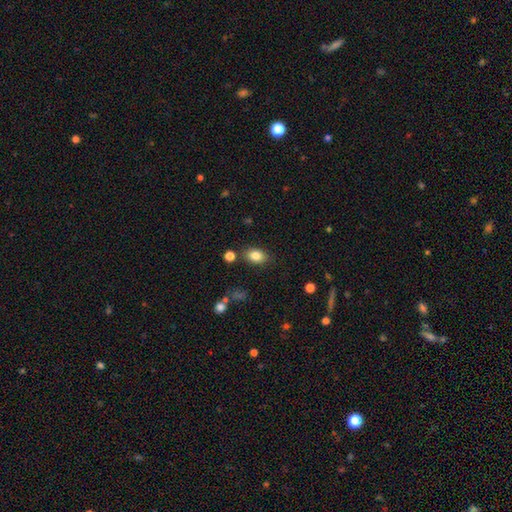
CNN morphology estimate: Q: Smooth or featured?
A: smooth (83%); runner-up: star or artifact (10%)
Q: How rounded?
A: in between (78%); runner-up: round (21%)
Q: Merging?
A: none (79%); runner-up: minor disturbance (12%)